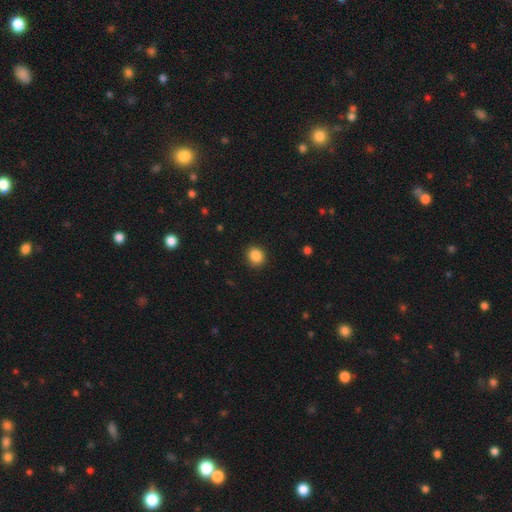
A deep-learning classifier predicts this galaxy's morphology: This is clearly a smooth galaxy (87%). How rounded: likely round (78%). Merging: clearly none (90%).